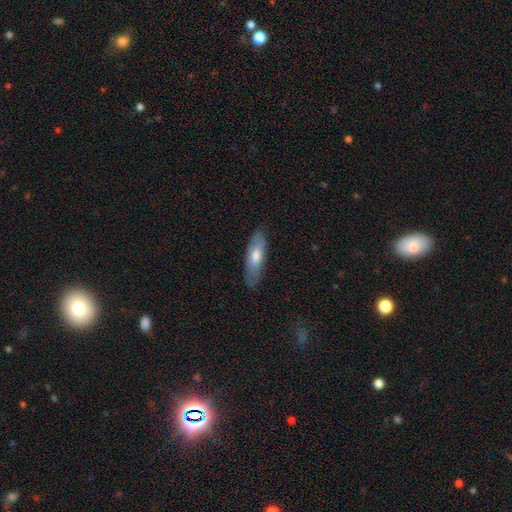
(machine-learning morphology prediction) Smooth or featured? smooth (67%)
How rounded? in between (53%)
Merging? none (82%)